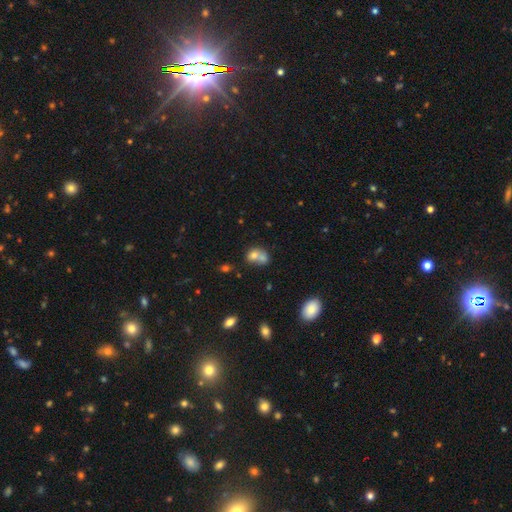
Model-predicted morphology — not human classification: smooth-or-featured: smooth: 70% | featured or disk: 19% | star or artifact: 11%
  how-rounded: round: 50% | in between: 49% | cigar-shaped: 1%
  merging: merger: 63% | none: 24% | minor disturbance: 8% | major disturbance: 5%